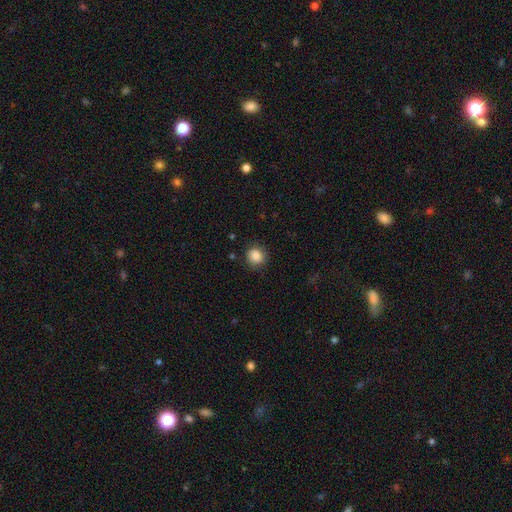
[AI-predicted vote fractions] Smooth or featured: smooth — 87% (star or artifact — 9%)
How rounded: round — 86% (in between — 13%)
Merging: none — 84% (minor disturbance — 11%)